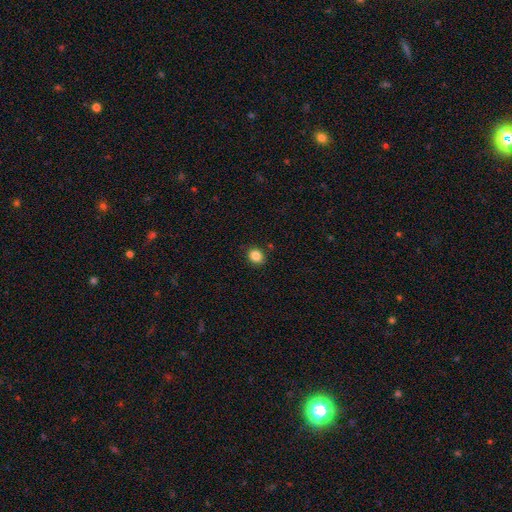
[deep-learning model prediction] The model was most divided on "how rounded": round: 72%, in between: 27%, cigar-shaped: 1%. More confident: merging — none (88%); smooth or featured — smooth (85%).